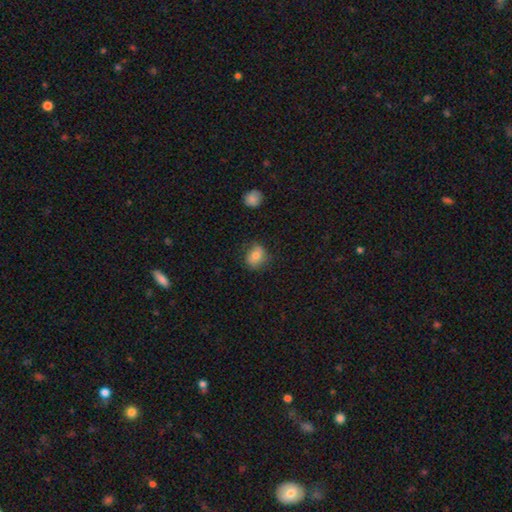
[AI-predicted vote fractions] This is likely a smooth galaxy (78%). How rounded: likely round (69%). Merging: likely none (74%).